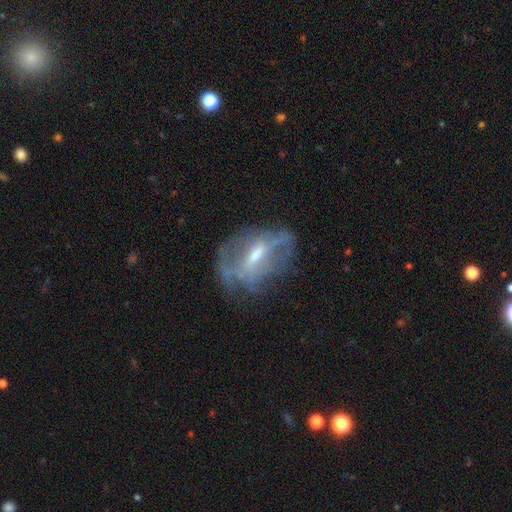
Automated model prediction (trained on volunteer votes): featured or disk 69%, smooth 21%, star or artifact 10%. Down the decision tree: edge-on disk — no (86%); bar — weak (42%); spiral arms — no (58%); bulge size — moderate (51%); merging — none (48%).